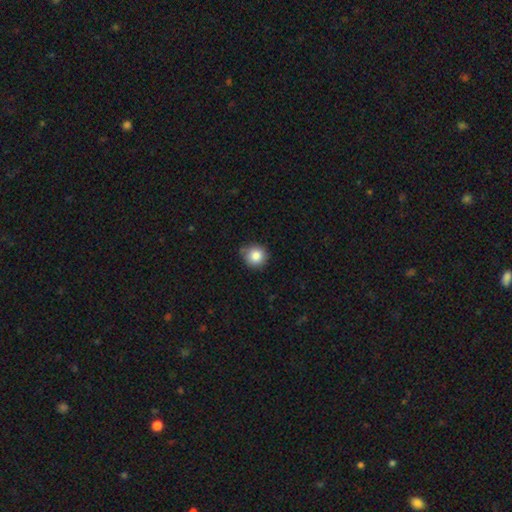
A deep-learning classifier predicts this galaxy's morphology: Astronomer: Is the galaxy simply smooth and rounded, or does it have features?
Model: smooth — 86%.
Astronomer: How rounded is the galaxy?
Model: round — 93%.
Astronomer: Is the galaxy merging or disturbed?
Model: none — 79%.